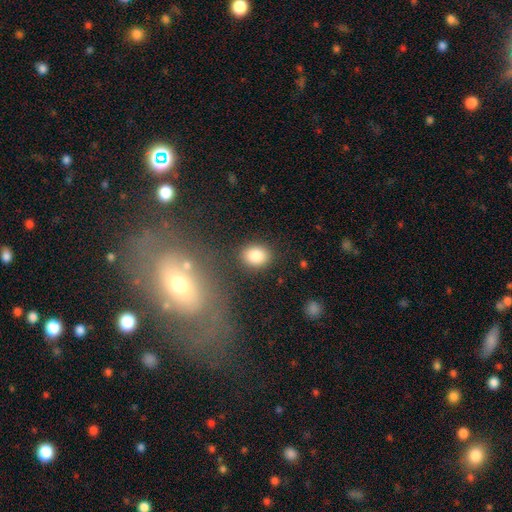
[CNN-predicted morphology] This appears to be a smooth galaxy with no disk features (85%) that is round (52%). Merging: none (85%).